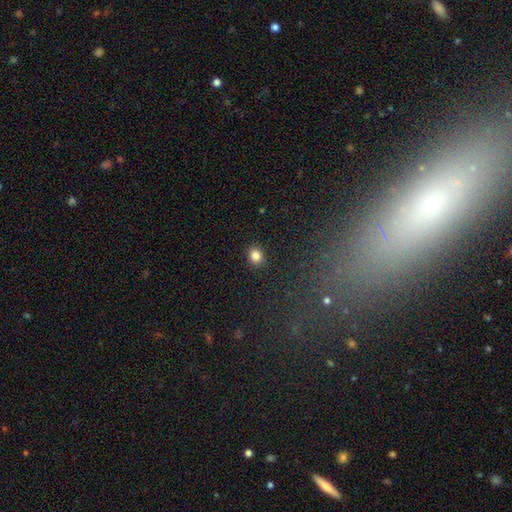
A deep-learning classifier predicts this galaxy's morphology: A smooth galaxy with no disk features (84%) that is round (66%).

Vote fractions:
- Smooth or featured? smooth: 84% / star or artifact: 11% / featured or disk: 5%
- How rounded? round: 66% / in between: 33% / cigar-shaped: 1%
- Merging? none: 91% / minor disturbance: 6% / major disturbance: 2% / merger: 1%